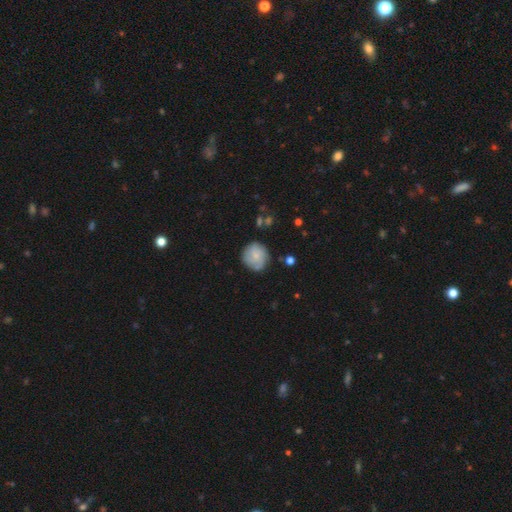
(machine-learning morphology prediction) A smooth galaxy with no disk features (54%) that is round (86%).

Vote fractions:
- Smooth or featured? smooth: 54% / featured or disk: 39% / star or artifact: 7%
- How rounded? round: 86% / in between: 13% / cigar-shaped: 1%
- Merging? none: 74% / minor disturbance: 18% / major disturbance: 5% / merger: 3%